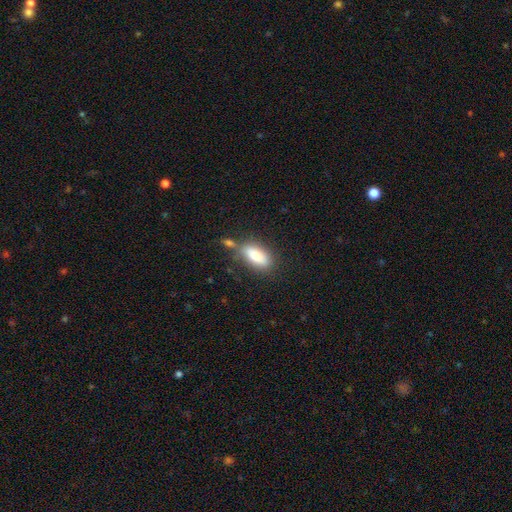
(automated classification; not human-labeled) This is clearly a smooth galaxy (81%). How rounded: clearly in between (85%). Merging: likely none (63%).